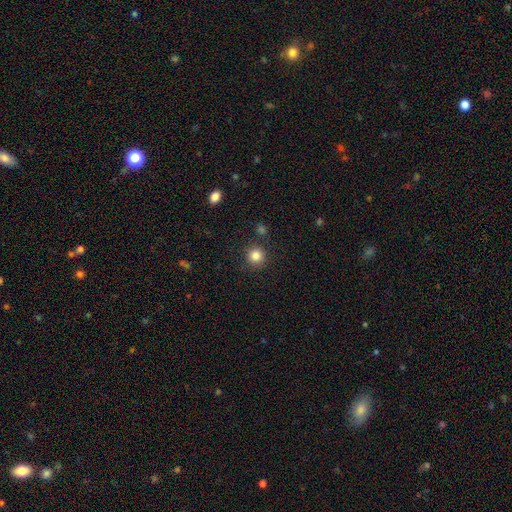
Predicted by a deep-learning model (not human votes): Smooth or featured? smooth (84%)
How rounded? round (93%)
Merging? none (86%)